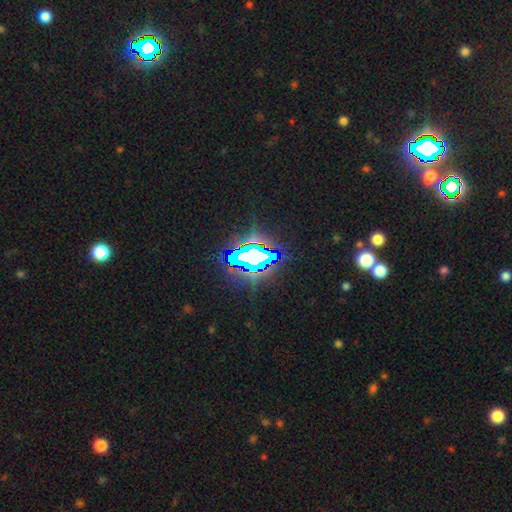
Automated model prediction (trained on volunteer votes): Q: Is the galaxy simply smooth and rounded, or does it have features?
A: star or artifact — 67%.